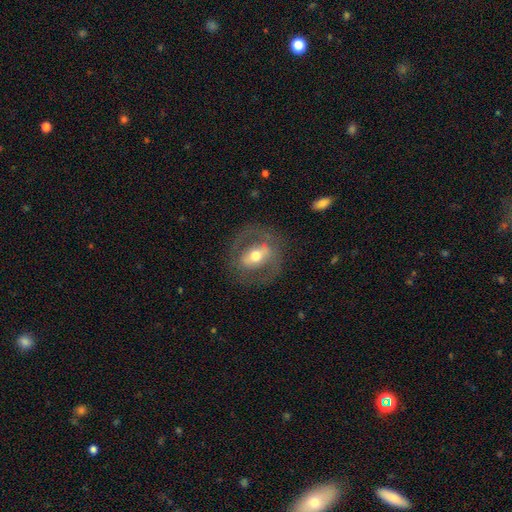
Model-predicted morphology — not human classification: This appears to be a featured or disk galaxy (67%) with a strong bar (44%), no spiral arms (61%) and a moderate central bulge (70%). Merging: none (75%).